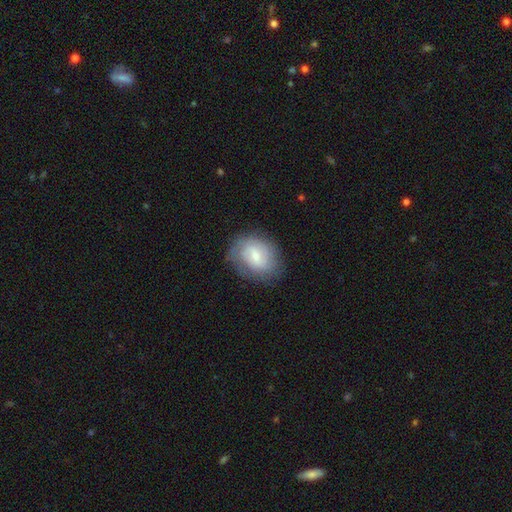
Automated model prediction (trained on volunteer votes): Smooth or featured: featured or disk — 46% (tied with smooth — 46%)
Merging: none — 73% (minor disturbance — 19%)